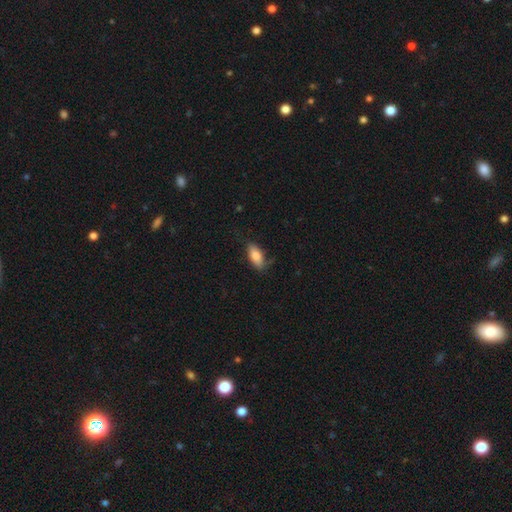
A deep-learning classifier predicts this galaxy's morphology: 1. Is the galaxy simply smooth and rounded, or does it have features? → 79% smooth, 14% featured or disk, 7% star or artifact.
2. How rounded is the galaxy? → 83% in between, 14% cigar-shaped, 3% round.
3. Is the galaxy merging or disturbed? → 69% none, 24% minor disturbance, 6% major disturbance, 2% merger.